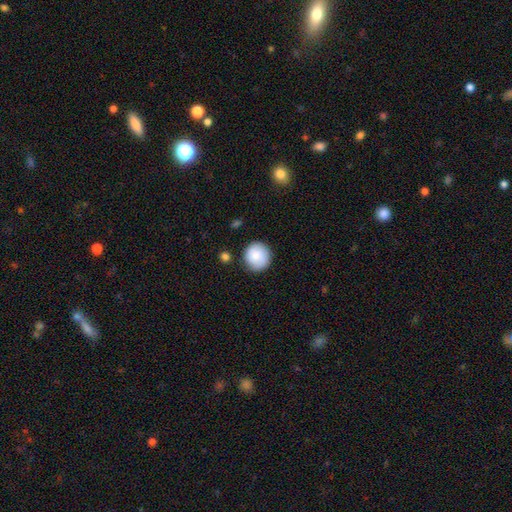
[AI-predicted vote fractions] smooth_or_featured: smooth (p=0.83) [alt: featured or disk p=0.10]
how_rounded: round (p=0.93) [alt: in between p=0.06]
merging: none (p=0.83) [alt: minor disturbance p=0.12]